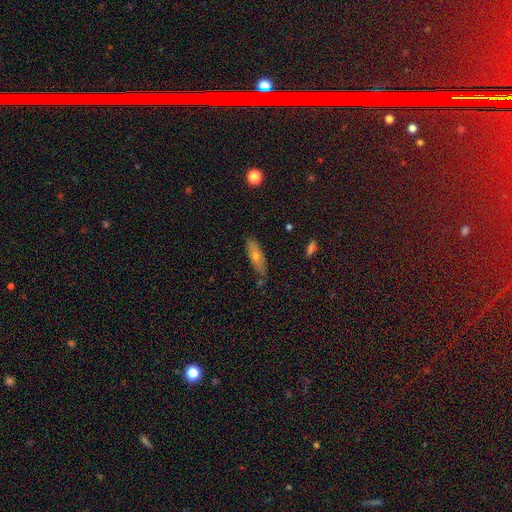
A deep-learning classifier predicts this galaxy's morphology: A smooth galaxy with no disk features (55%) that is cigar-shaped (51%).

Vote fractions:
- Smooth or featured? smooth: 55% / featured or disk: 35% / star or artifact: 11%
- How rounded? cigar-shaped: 51% / in between: 46% / round: 3%
- Merging? none: 76% / minor disturbance: 19% / major disturbance: 3% / merger: 3%